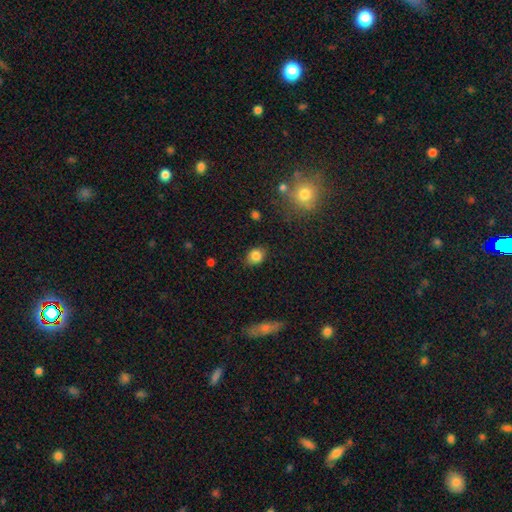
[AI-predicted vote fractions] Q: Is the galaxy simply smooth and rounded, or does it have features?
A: smooth — 84%.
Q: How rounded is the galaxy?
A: round — 51%.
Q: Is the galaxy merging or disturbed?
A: none — 83%.